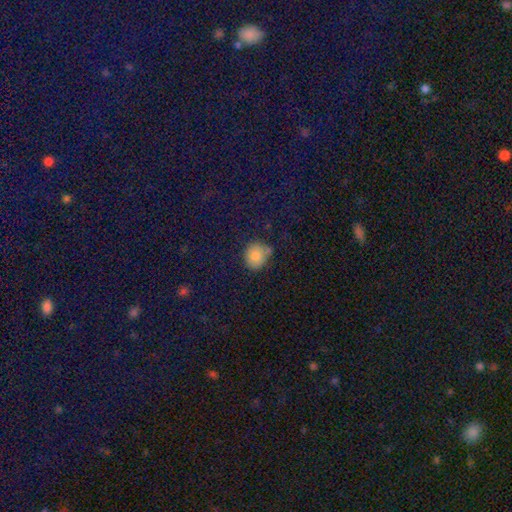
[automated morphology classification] This is clearly a smooth galaxy (81%). How rounded: likely round (80%). Merging: likely none (69%).